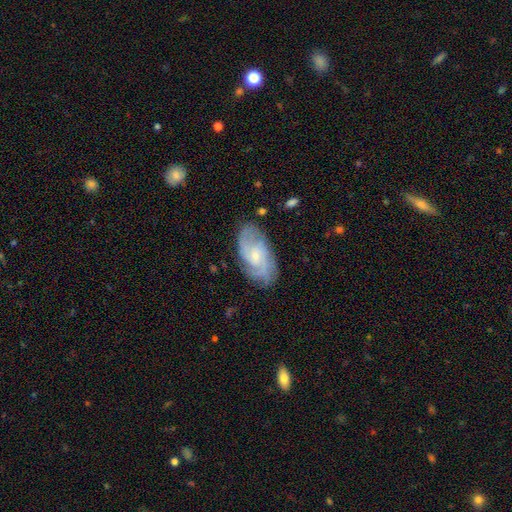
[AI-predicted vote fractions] This appears to be a featured or disk galaxy (80%) with no bar (63%), 2 (28%) tight (48%) spiral arms (95%) and a small central bulge (69%). Merging: none (77%).